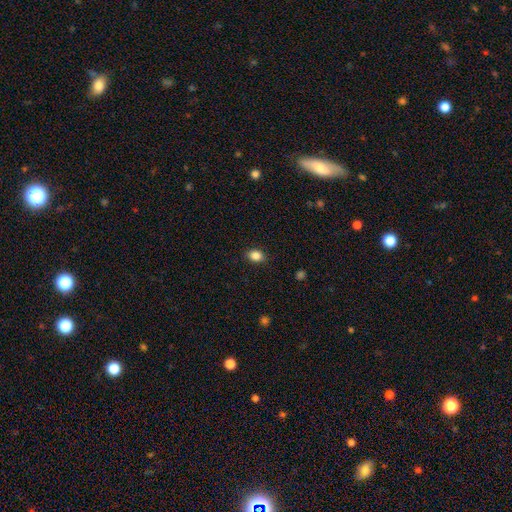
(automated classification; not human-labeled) Smooth or featured? Predicted: smooth (p=0.86). How rounded? Predicted: in between (p=0.65). Merging? Predicted: none (p=0.87).